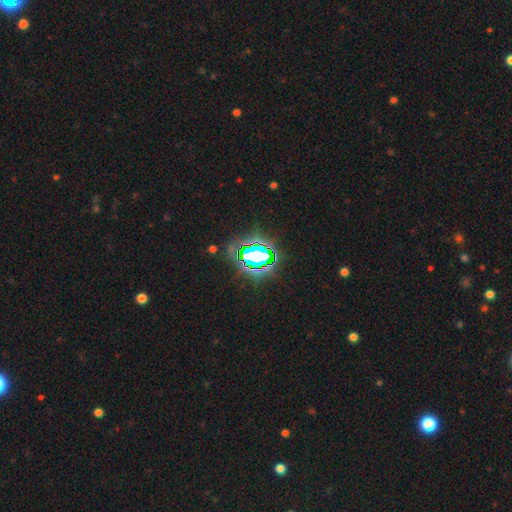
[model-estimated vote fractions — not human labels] Q: Smooth or featured?
A: star or artifact (70%); runner-up: smooth (16%)